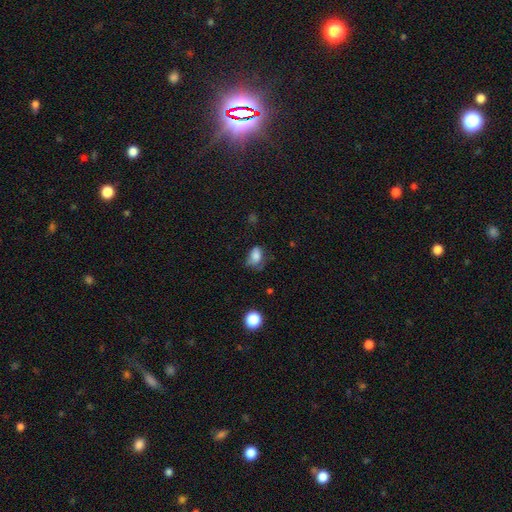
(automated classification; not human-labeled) smooth-or-featured: smooth: 78% | featured or disk: 12% | star or artifact: 10%
  how-rounded: in between: 81% | round: 17% | cigar-shaped: 2%
  merging: none: 39% | minor disturbance: 35% | major disturbance: 23% | merger: 3%